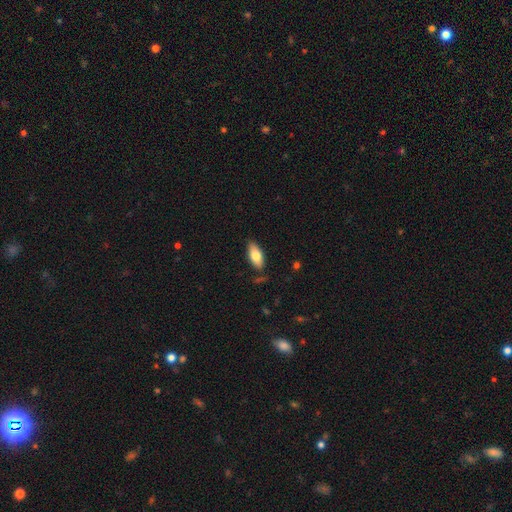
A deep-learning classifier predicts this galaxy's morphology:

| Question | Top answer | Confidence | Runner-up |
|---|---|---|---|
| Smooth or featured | smooth | 74% | featured or disk (20%) |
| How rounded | in between | 85% | cigar-shaped (13%) |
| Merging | none | 84% | minor disturbance (12%) |